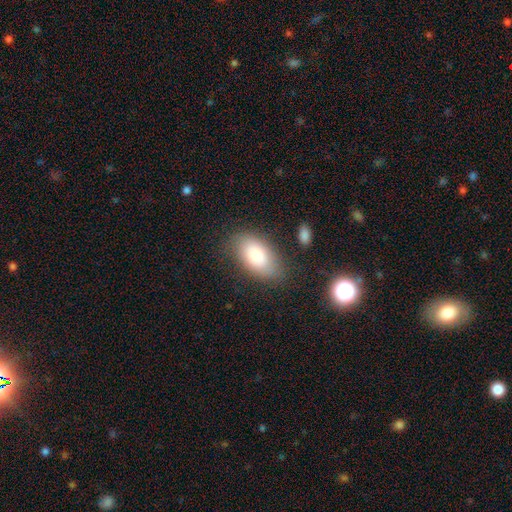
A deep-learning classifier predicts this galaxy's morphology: Overall: smooth (77%). How rounded: in between (92%). Merging: none (78%).